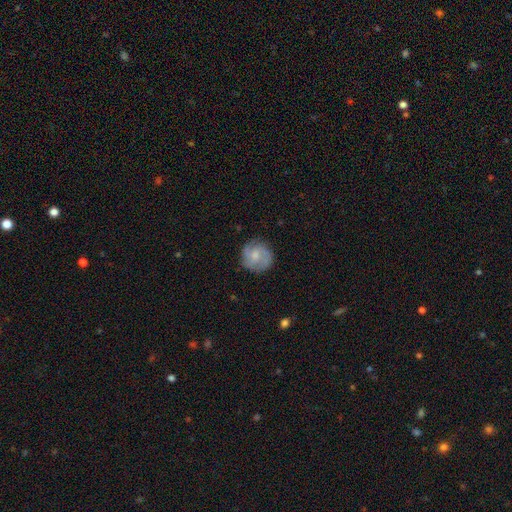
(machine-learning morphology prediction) Smooth or featured? Predicted: featured or disk (p=0.54). Edge-on disk? Predicted: no (p=0.98). Bar? Predicted: no (p=0.62). Spiral arms? Predicted: yes (p=0.87). Bulge size? Predicted: moderate (p=0.46). Merging? Predicted: none (p=0.78).